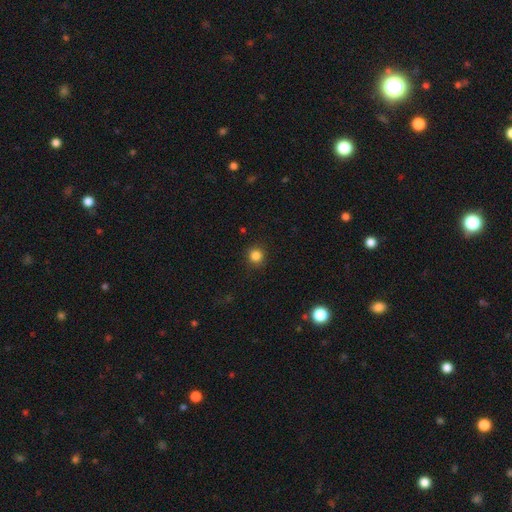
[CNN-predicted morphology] Smooth or featured? smooth (84%)
How rounded? round (94%)
Merging? none (91%)